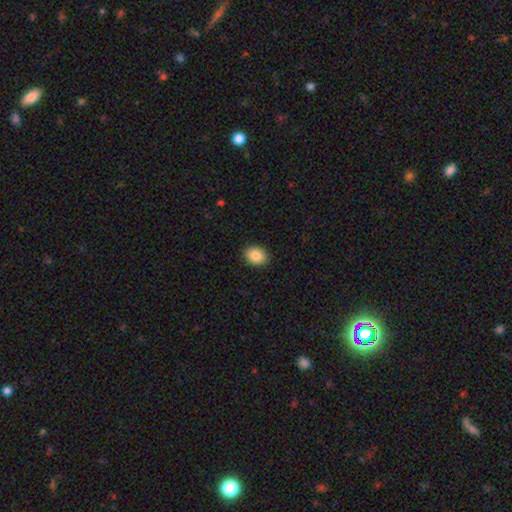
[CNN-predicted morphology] A smooth galaxy with no disk features (86%) that is in between round and cigar-shaped (64%).

Vote fractions:
- Smooth or featured? smooth: 86% / star or artifact: 8% / featured or disk: 6%
- How rounded? in between: 64% / round: 35% / cigar-shaped: 1%
- Merging? none: 91% / minor disturbance: 7% / major disturbance: 2% / merger: 1%